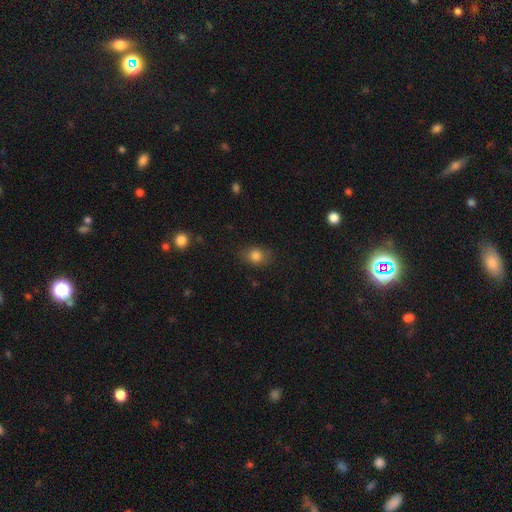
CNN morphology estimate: A smooth galaxy with no disk features (81%) that is in between round and cigar-shaped (64%). Merging: none (81%).